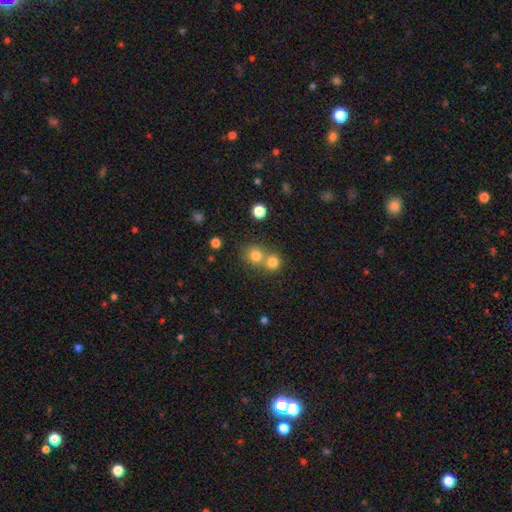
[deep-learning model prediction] Overall: smooth (77%). How rounded: round (85%). Merging: none (49%; merger 42%).